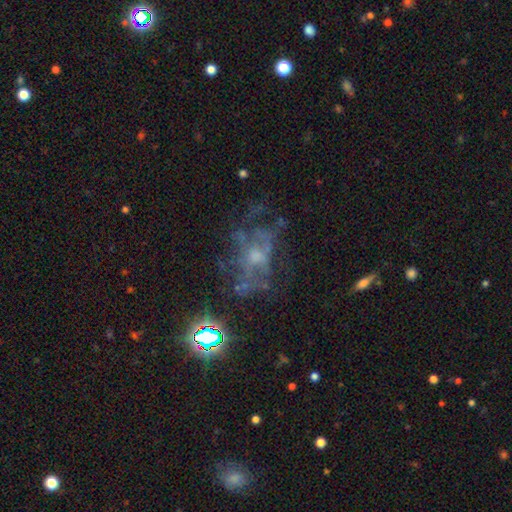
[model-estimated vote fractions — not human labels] This is possibly a featured or disk galaxy (50%). Merging: likely none (61%).